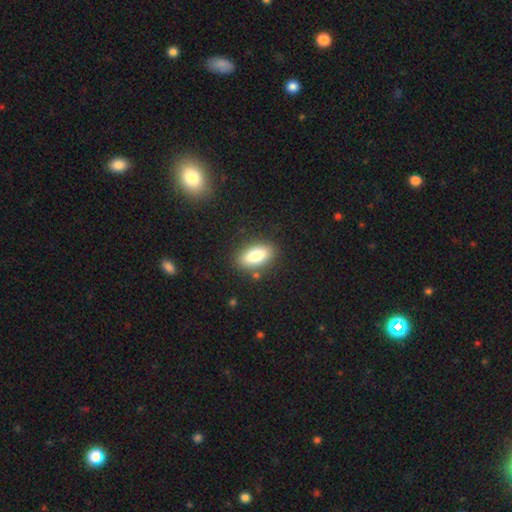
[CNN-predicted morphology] smooth 81%, featured or disk 12%, star or artifact 7%. Down the decision tree: how rounded — in between (84%); merging — none (85%).